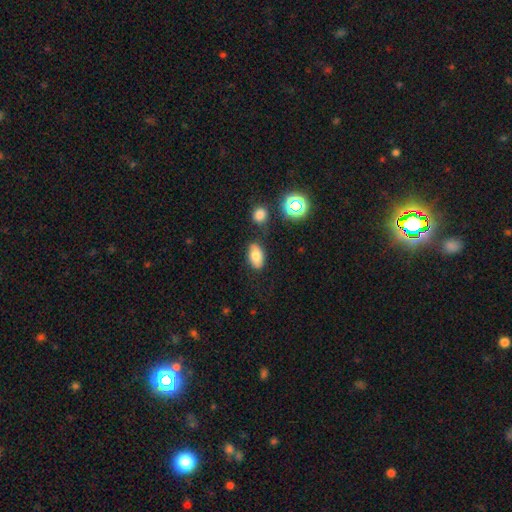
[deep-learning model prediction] The model was most divided on "smooth or featured": smooth: 75%, featured or disk: 14%, star or artifact: 11%. More confident: how rounded — in between (90%); merging — none (77%).